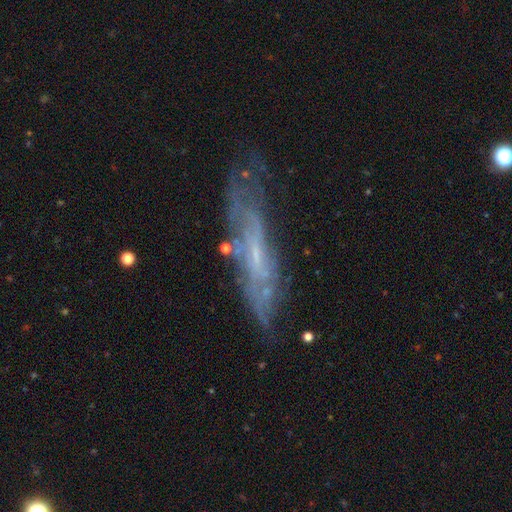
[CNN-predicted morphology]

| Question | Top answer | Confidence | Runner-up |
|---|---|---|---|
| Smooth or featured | featured or disk | 67% | smooth (24%) |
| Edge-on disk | no | 52% | yes (48%) |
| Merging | none | 64% | minor disturbance (22%) |